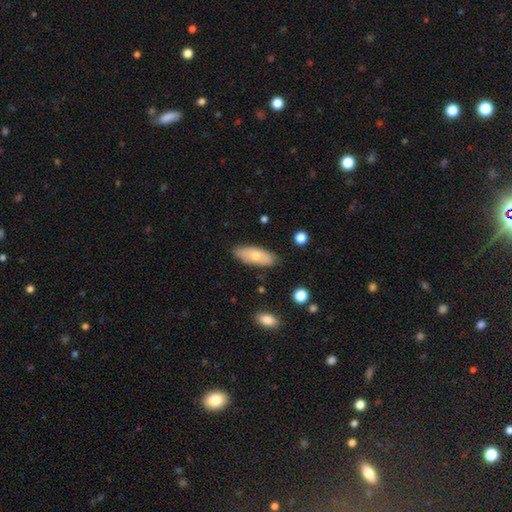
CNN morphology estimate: type=smooth (67%); roundness=in between (75%); merging=none (83%).